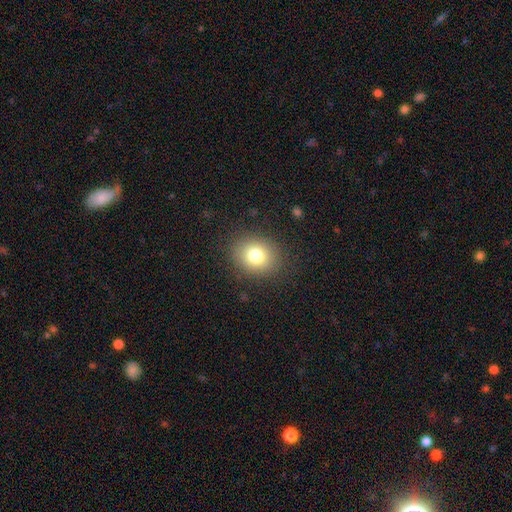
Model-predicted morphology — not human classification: smooth-or-featured: smooth: 78% | star or artifact: 12% | featured or disk: 10%
  how-rounded: round: 61% | in between: 38% | cigar-shaped: 1%
  merging: none: 86% | minor disturbance: 9% | major disturbance: 4% | merger: 1%